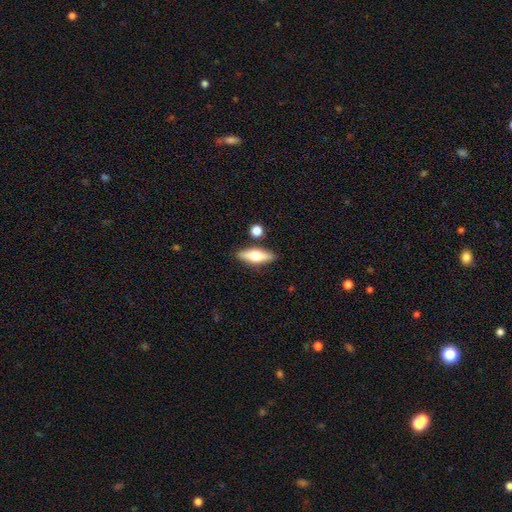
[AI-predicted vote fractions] Smooth or featured? Predicted: smooth (p=0.49). Merging? Predicted: none (p=0.83).